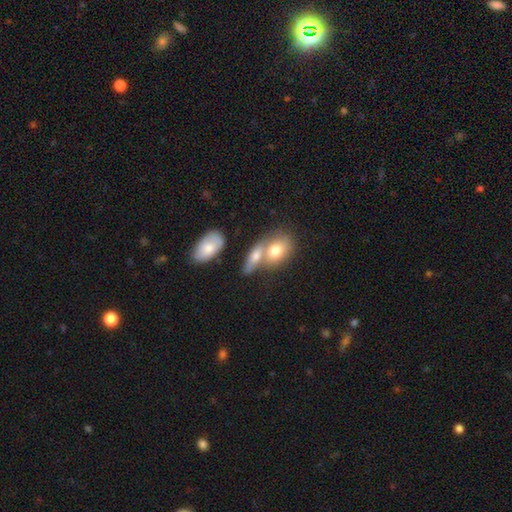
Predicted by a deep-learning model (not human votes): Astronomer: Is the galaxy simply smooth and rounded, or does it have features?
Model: smooth — 70%.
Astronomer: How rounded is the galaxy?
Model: in between — 73%.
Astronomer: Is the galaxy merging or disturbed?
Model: merger — 52% (runner-up: none, 33%).